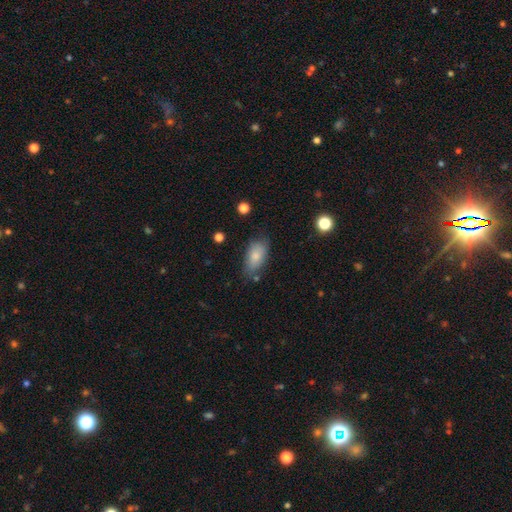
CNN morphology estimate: smooth 81%, featured or disk 12%, star or artifact 7%. Down the decision tree: how rounded — in between (91%); merging — none (69%).